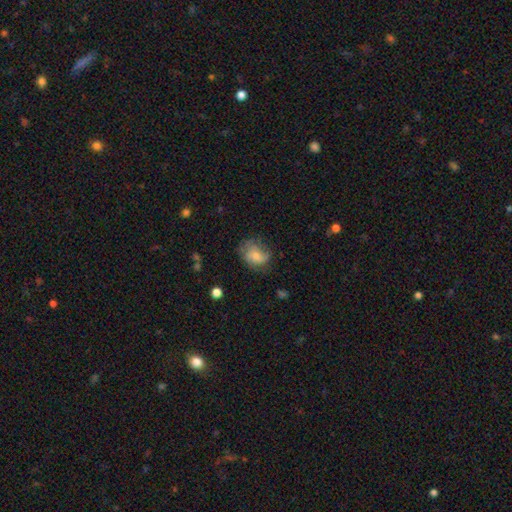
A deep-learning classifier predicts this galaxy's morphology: Q: Smooth or featured?
A: smooth (51%); runner-up: featured or disk (40%)
Q: How rounded?
A: in between (52%); runner-up: round (47%)
Q: Merging?
A: none (55%); runner-up: minor disturbance (28%)